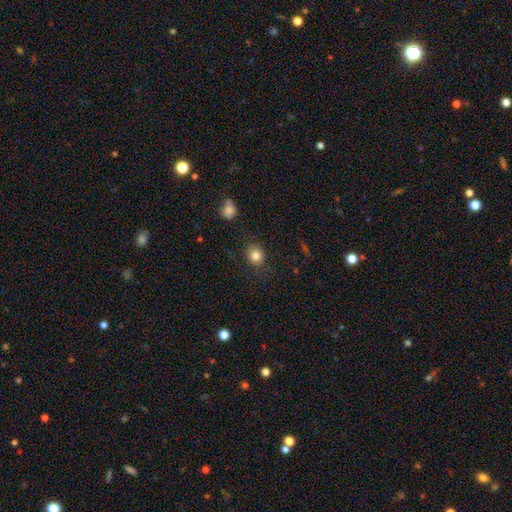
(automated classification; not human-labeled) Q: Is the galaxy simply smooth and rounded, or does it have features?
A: smooth — 82%.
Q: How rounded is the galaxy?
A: round — 71%.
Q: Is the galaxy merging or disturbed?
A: none — 83%.